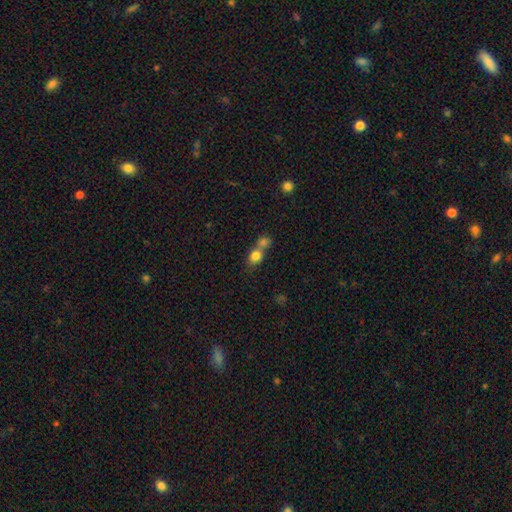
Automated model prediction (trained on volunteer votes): Smooth or featured?
  - smooth: 79% *
  - featured or disk: 11%
  - star or artifact: 10%
How rounded?
  - round: 49% *
  - in between: 48%
  - cigar-shaped: 3%
Merging?
  - merger: 63% *
  - none: 27%
  - minor disturbance: 7%
  - major disturbance: 3%